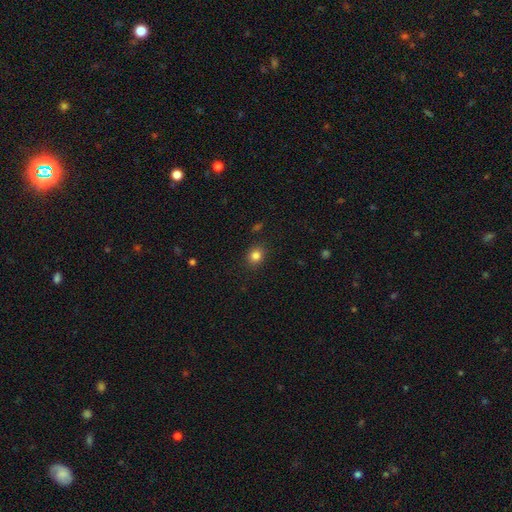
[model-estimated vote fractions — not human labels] Overall: smooth (83%). How rounded: round (77%). Merging: none (88%).